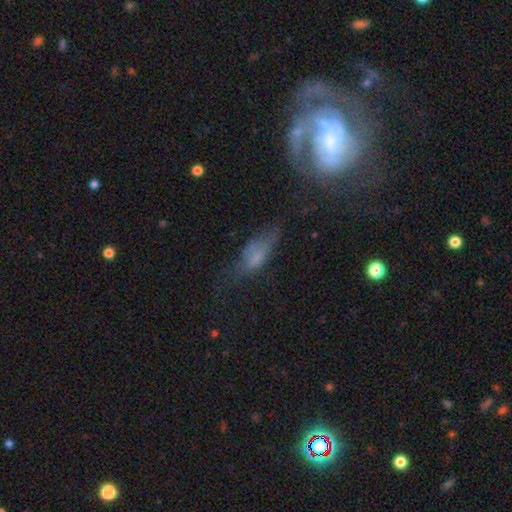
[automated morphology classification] Smooth or featured? smooth (52%)
How rounded? in between (56%)
Merging? none (43%)